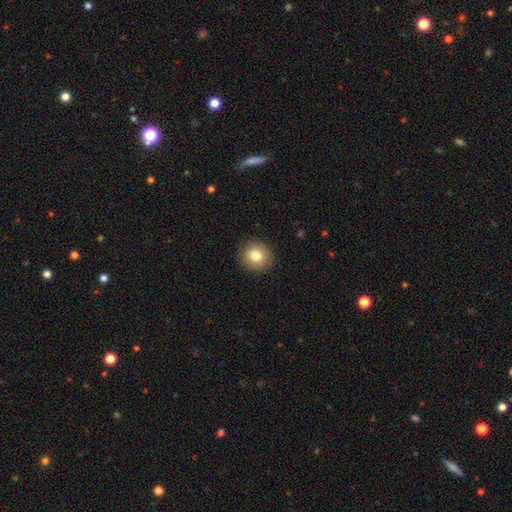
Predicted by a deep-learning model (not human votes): Smooth or featured?
  - smooth: 80% *
  - featured or disk: 10%
  - star or artifact: 10%
How rounded?
  - round: 90% *
  - in between: 9%
  - cigar-shaped: 1%
Merging?
  - none: 91% *
  - minor disturbance: 7%
  - major disturbance: 2%
  - merger: 1%